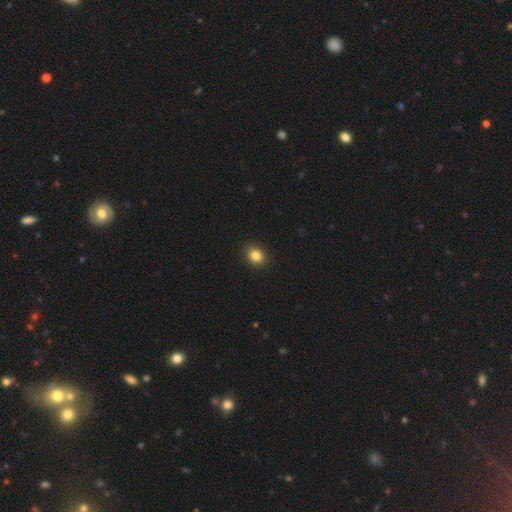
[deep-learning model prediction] smooth_or_featured: smooth (p=0.84) [alt: star or artifact p=0.11]
how_rounded: round (p=0.65) [alt: in between p=0.34]
merging: none (p=0.91) [alt: minor disturbance p=0.07]